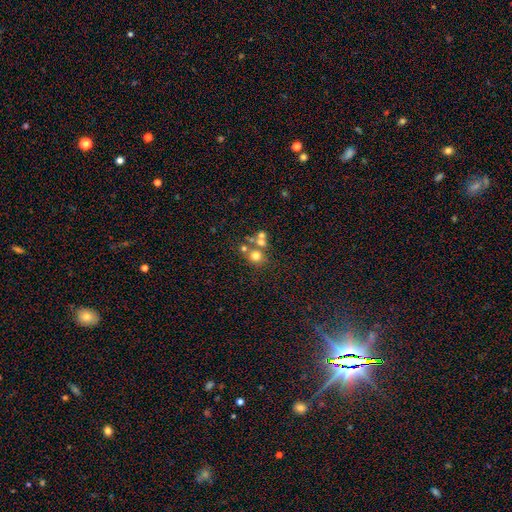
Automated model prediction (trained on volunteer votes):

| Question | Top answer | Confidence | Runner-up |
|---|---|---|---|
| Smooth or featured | smooth | 67% | star or artifact (17%) |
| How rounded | round | 85% | in between (14%) |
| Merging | none | 52% | merger (36%) |